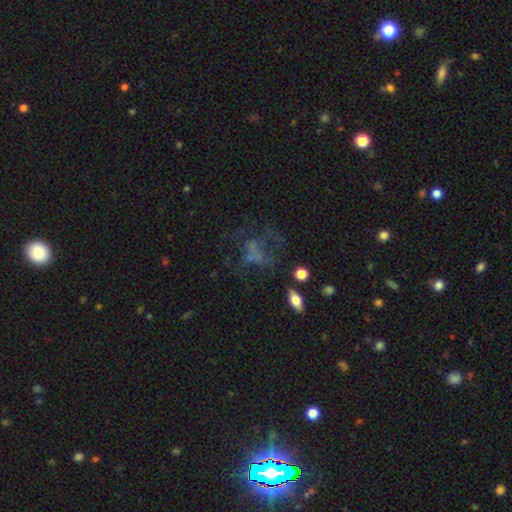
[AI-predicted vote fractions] smooth_or_featured: featured or disk (p=0.44) [alt: smooth p=0.33]
merging: none (p=0.42) [alt: major disturbance p=0.34]